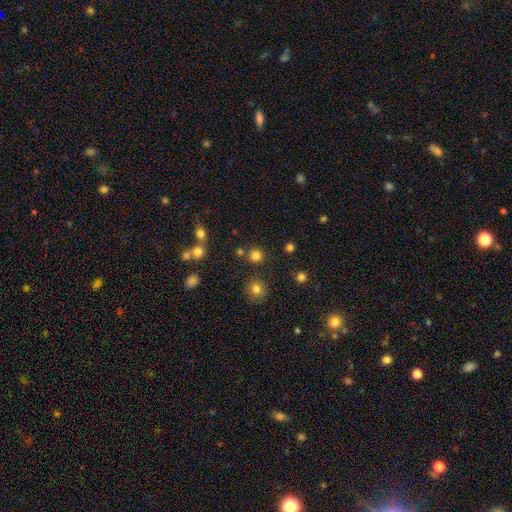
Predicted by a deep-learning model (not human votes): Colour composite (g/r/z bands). It shows a smooth galaxy with no disk features (80%) that is round (92%). Merging: none (83%).